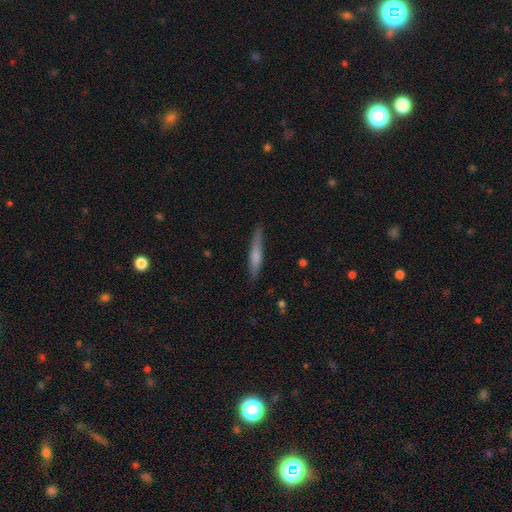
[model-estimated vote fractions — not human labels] A smooth galaxy with no disk features (61%) that is cigar-shaped (91%). Merging: none (84%).